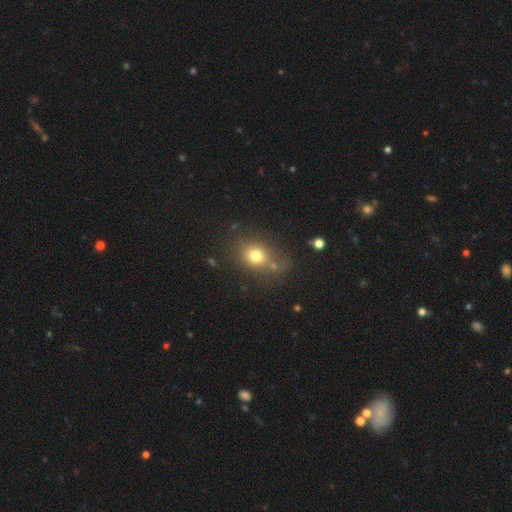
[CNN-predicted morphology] type=smooth (75%); roundness=round (61%); merging=none (57%).